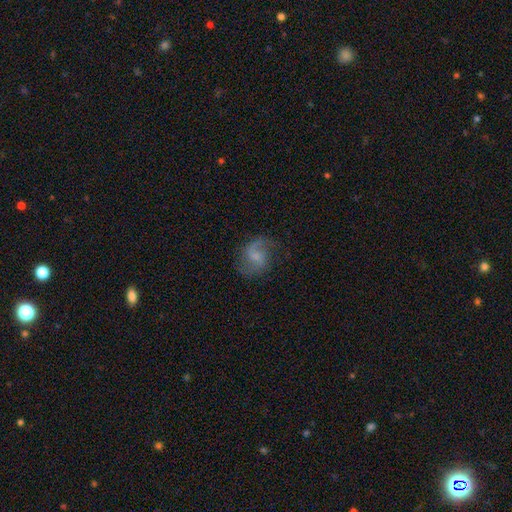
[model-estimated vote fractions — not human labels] This appears to be a featured or disk galaxy (76%) with a weak bar (50%), 2 (86%) loose (46%) spiral arms (95%) and a small central bulge (36%). Merging: none (73%).